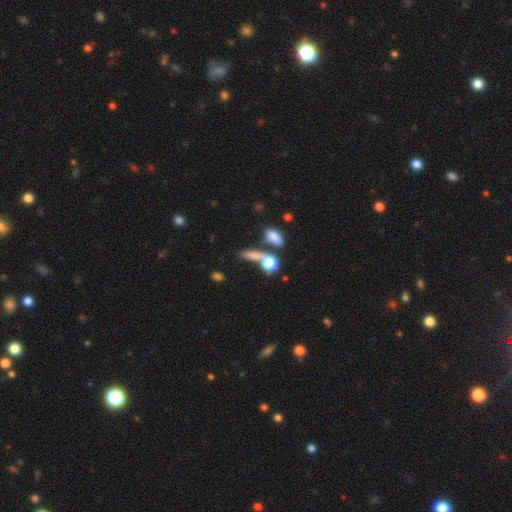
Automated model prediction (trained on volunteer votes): Overall: smooth (74%). How rounded: in between (38%; cigar-shaped 31%). Merging: none (47%; merger 31%).